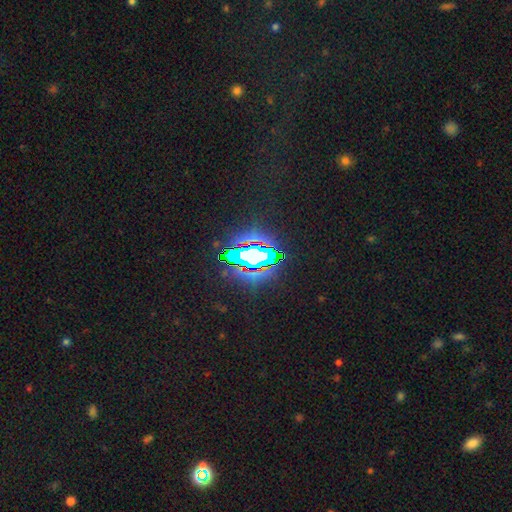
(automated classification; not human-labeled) smooth_or_featured: star or artifact (p=0.68) [alt: smooth p=0.18]